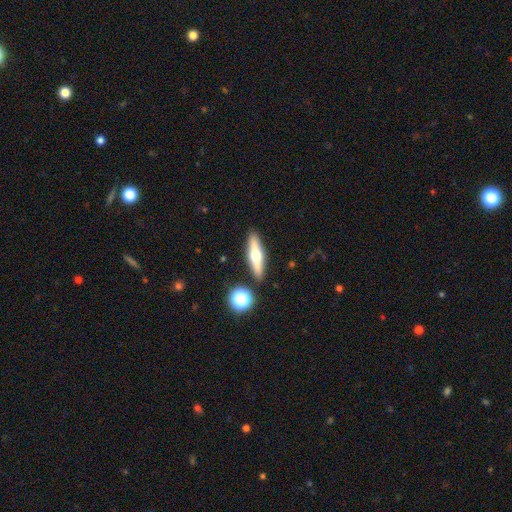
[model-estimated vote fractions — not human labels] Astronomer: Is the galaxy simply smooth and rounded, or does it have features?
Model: featured or disk — 52% (runner-up: smooth, 40%).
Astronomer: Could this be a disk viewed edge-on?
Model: yes — 91%.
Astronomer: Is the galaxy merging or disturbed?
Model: none — 87%.